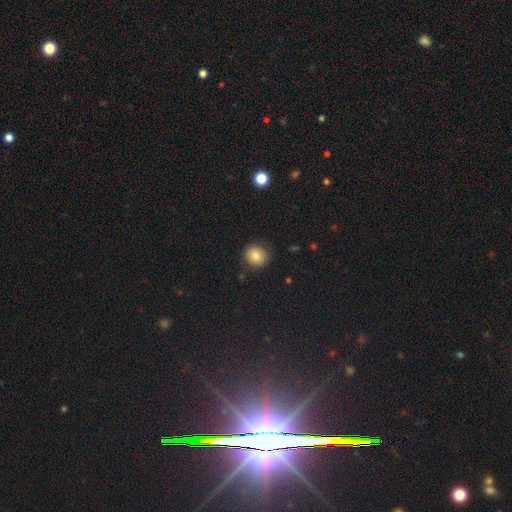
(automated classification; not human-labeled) Smooth or featured: smooth — 81% (star or artifact — 11%)
How rounded: round — 83% (in between — 16%)
Merging: none — 84% (minor disturbance — 12%)